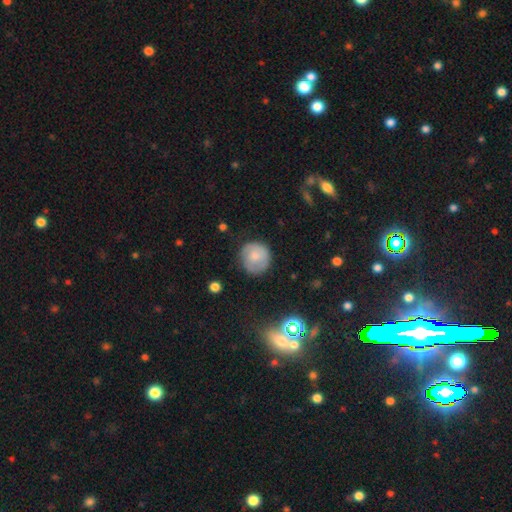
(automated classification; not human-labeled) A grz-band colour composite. It shows a smooth galaxy with no disk features (72%) that is round (90%). Merging: none (76%).